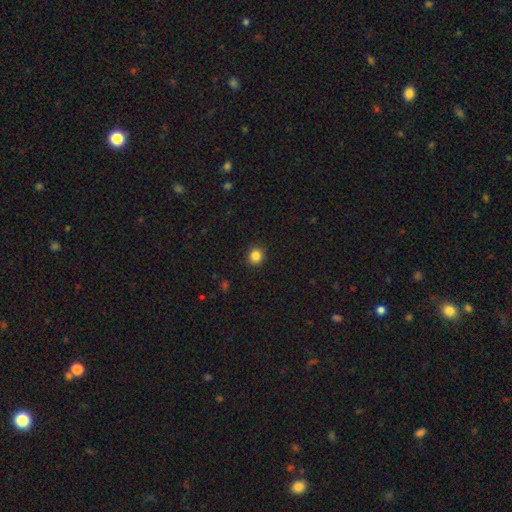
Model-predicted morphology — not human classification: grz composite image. It shows a smooth galaxy with no disk features (85%) that is round (89%). Merging: none (92%).